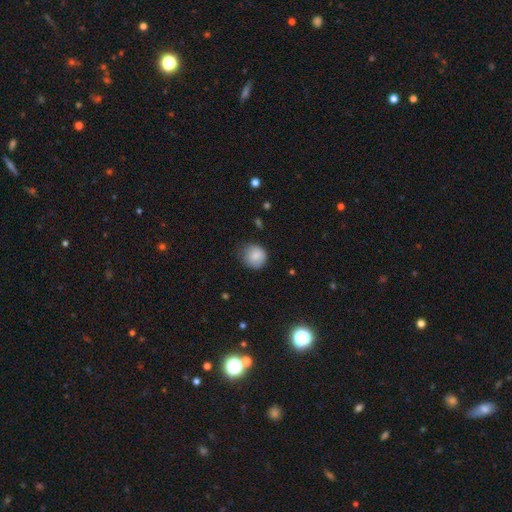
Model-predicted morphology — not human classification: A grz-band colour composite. It shows a smooth galaxy with no disk features (84%) that is round (85%). Merging: none (67%).